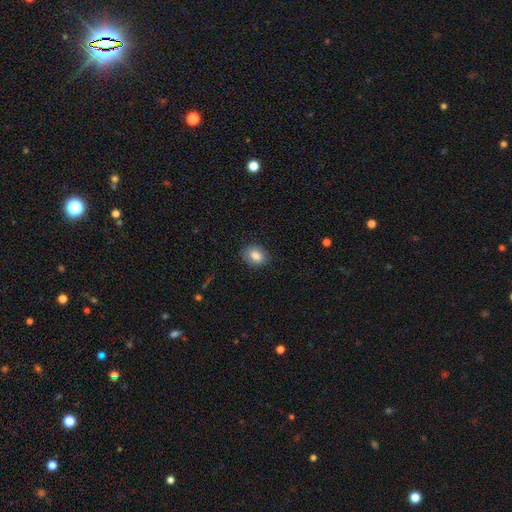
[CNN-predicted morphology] type=smooth (84%); roundness=in between (63%); merging=none (86%).